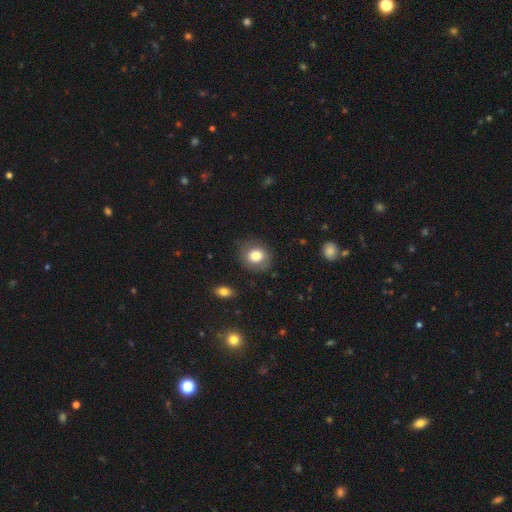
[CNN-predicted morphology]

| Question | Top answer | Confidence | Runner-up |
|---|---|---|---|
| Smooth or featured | smooth | 79% | featured or disk (12%) |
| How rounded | round | 70% | in between (29%) |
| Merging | none | 80% | minor disturbance (14%) |